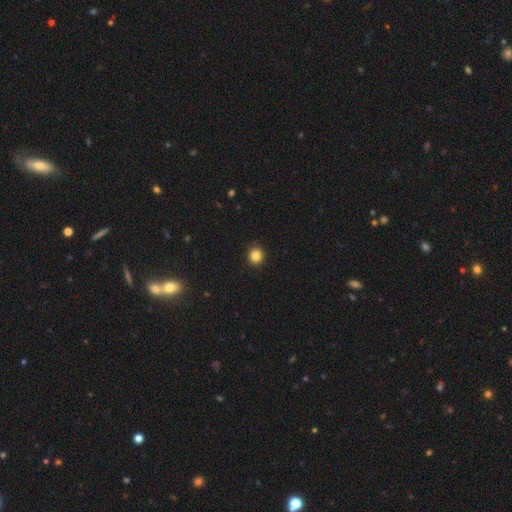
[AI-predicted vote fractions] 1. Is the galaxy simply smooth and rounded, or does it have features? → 85% smooth, 11% star or artifact, 4% featured or disk.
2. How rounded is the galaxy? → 89% round, 10% in between, 1% cigar-shaped.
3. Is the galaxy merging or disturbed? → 91% none, 7% minor disturbance, 2% major disturbance, 1% merger.